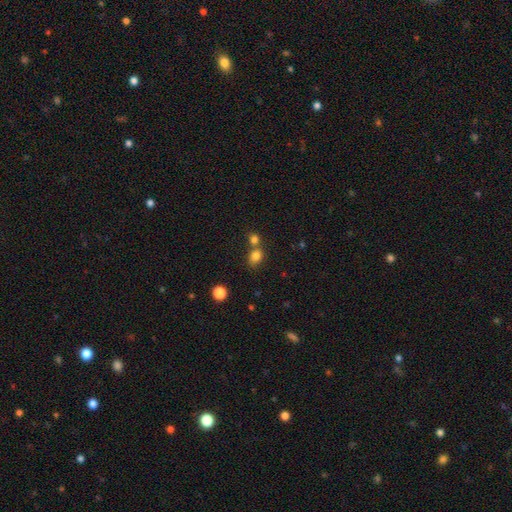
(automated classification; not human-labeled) smooth-or-featured: smooth: 80% | star or artifact: 13% | featured or disk: 7%
  how-rounded: round: 50% | in between: 49% | cigar-shaped: 1%
  merging: none: 49% | merger: 36% | minor disturbance: 11% | major disturbance: 4%